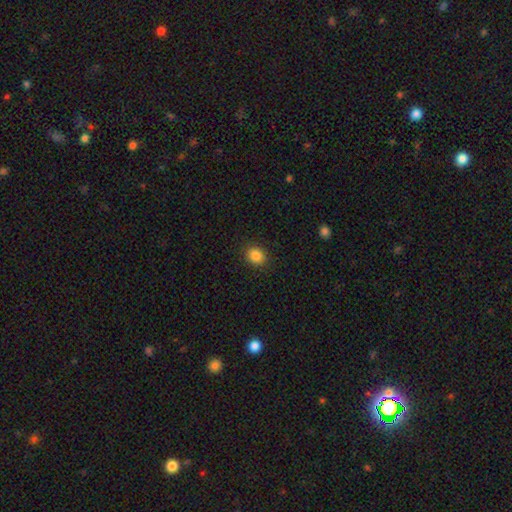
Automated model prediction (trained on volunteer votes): smooth_or_featured: smooth (p=0.86) [alt: star or artifact p=0.10]
how_rounded: round (p=0.68) [alt: in between p=0.31]
merging: none (p=0.90) [alt: minor disturbance p=0.07]